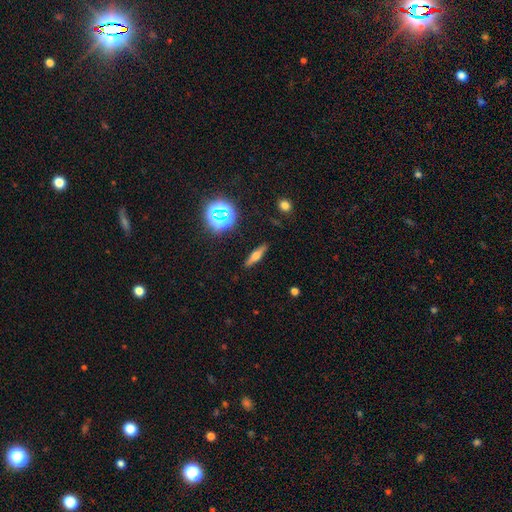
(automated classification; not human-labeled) smooth-or-featured: featured or disk: 45% | smooth: 41% | star or artifact: 14%
  merging: none: 88% | minor disturbance: 8% | major disturbance: 2% | merger: 1%